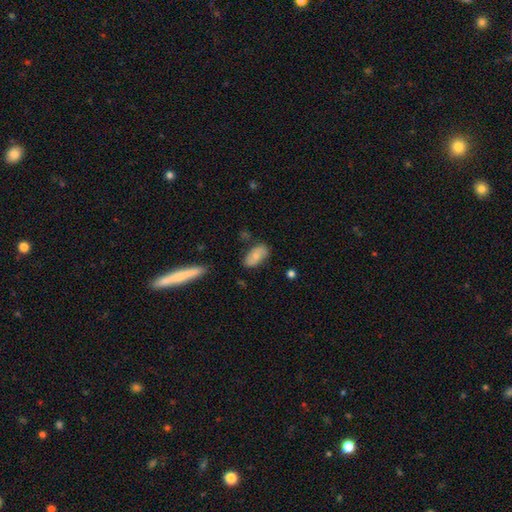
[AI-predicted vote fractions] Smooth or featured? smooth (69%)
How rounded? in between (91%)
Merging? none (75%)